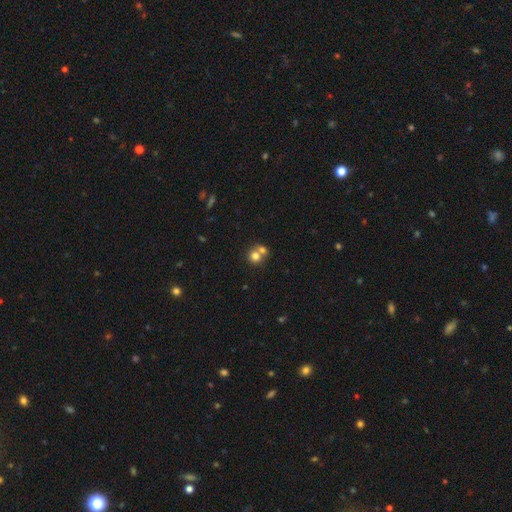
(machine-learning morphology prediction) Smooth or featured? Predicted: smooth (p=0.75). How rounded? Predicted: round (p=0.84). Merging? Predicted: merger (p=0.54).